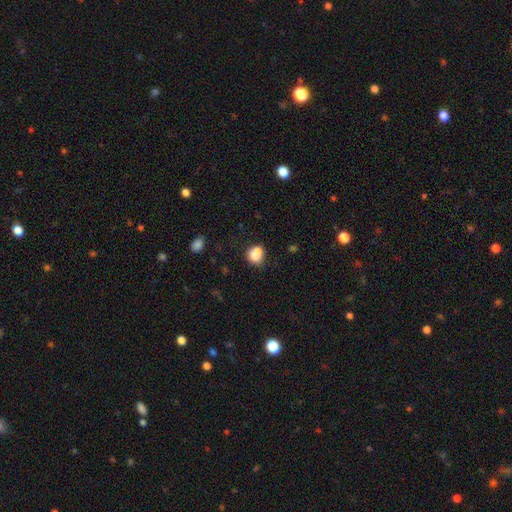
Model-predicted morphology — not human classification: type=smooth (76%); roundness=round (74%); merging=none (42%, tied with merger).